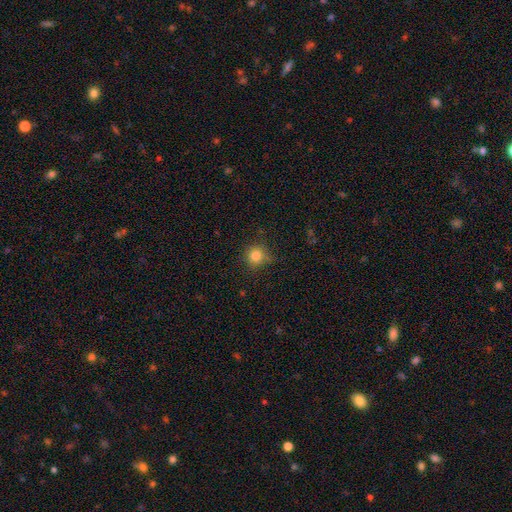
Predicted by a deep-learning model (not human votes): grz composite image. It shows a smooth galaxy with no disk features (83%) that is round (92%). Merging: none (78%).